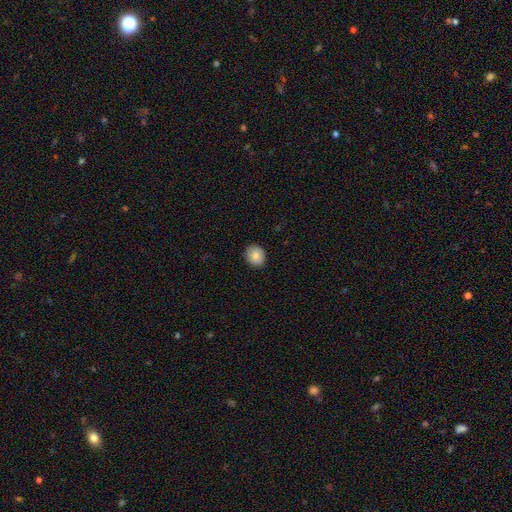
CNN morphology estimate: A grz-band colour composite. It shows a smooth galaxy with no disk features (85%) that is round (61%). Merging: none (89%).